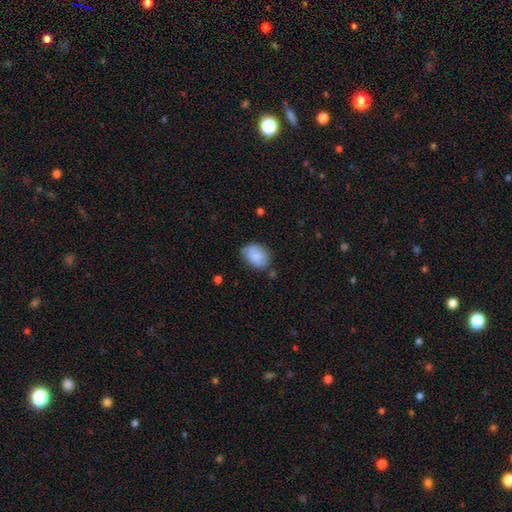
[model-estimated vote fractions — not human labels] This is clearly a smooth galaxy (82%). How rounded: likely in between (75%). Merging: likely none (66%).